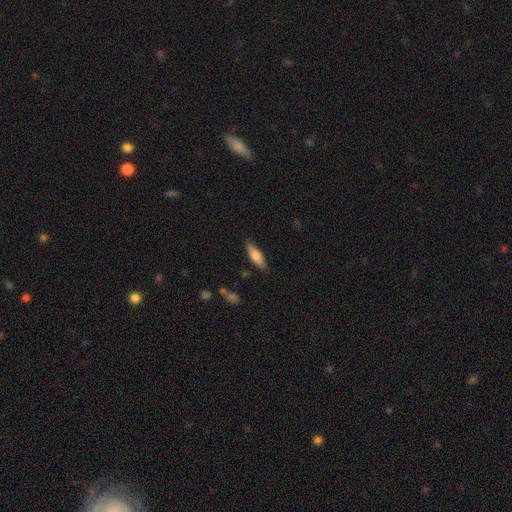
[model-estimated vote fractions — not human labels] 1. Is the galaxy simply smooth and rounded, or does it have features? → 70% smooth, 24% featured or disk, 6% star or artifact.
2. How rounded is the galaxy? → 50% cigar-shaped, 48% in between, 2% round.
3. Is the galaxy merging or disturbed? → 85% none, 11% minor disturbance, 2% major disturbance, 2% merger.